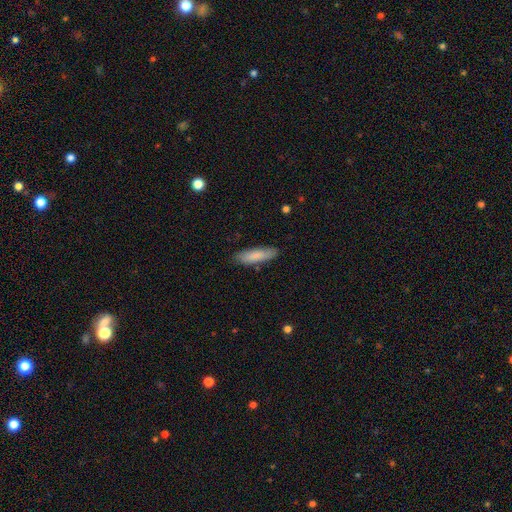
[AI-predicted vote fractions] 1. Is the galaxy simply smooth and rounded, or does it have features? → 83% smooth, 11% featured or disk, 6% star or artifact.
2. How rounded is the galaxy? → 63% cigar-shaped, 35% in between, 1% round.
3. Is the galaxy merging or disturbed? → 84% none, 13% minor disturbance, 2% major disturbance, 1% merger.